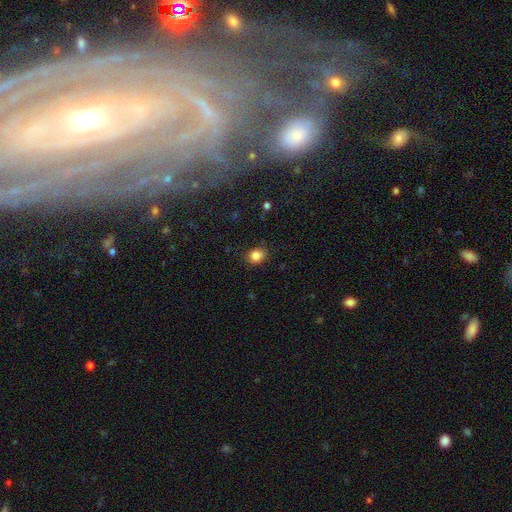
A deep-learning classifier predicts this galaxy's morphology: The model was most divided on "how rounded": round: 57%, in between: 42%, cigar-shaped: 1%. More confident: smooth or featured — smooth (84%); merging — none (77%).